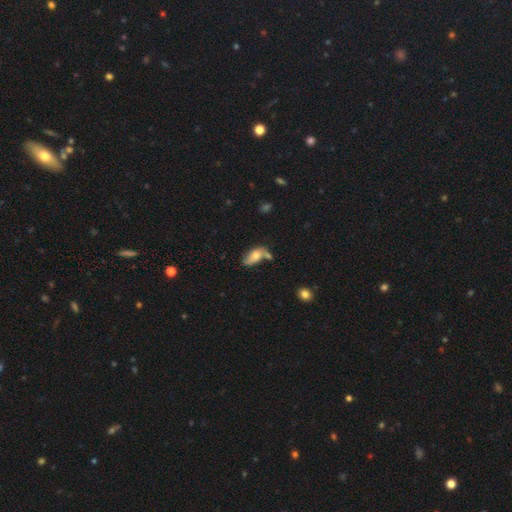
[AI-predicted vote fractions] Q: Smooth or featured?
A: smooth (54%); runner-up: featured or disk (38%)
Q: How rounded?
A: in between (87%); runner-up: cigar-shaped (9%)
Q: Merging?
A: none (44%); runner-up: minor disturbance (24%)